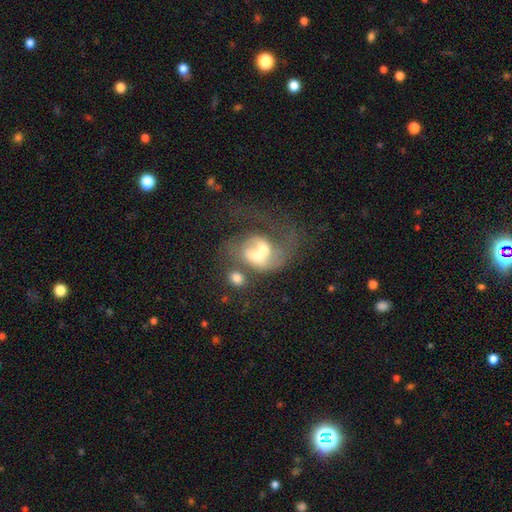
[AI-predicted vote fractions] This appears to be a featured or disk galaxy (62%) with no bar (66%), spiral arms (60%) and a moderate central bulge (55%). Merging: merger (61%).